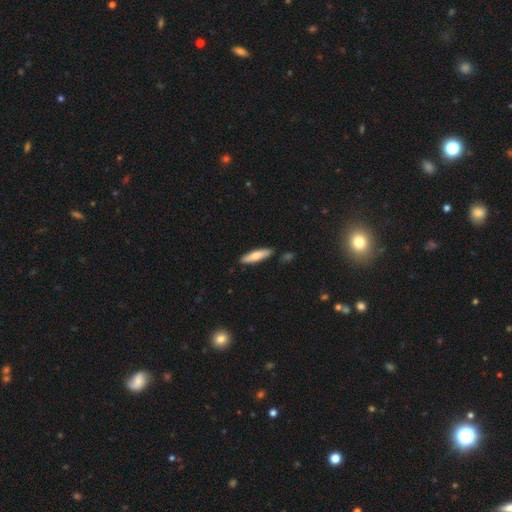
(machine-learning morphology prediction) smooth-or-featured: smooth: 70% | featured or disk: 24% | star or artifact: 6%
  how-rounded: cigar-shaped: 71% | in between: 27% | round: 2%
  merging: none: 86% | minor disturbance: 10% | merger: 2% | major disturbance: 2%